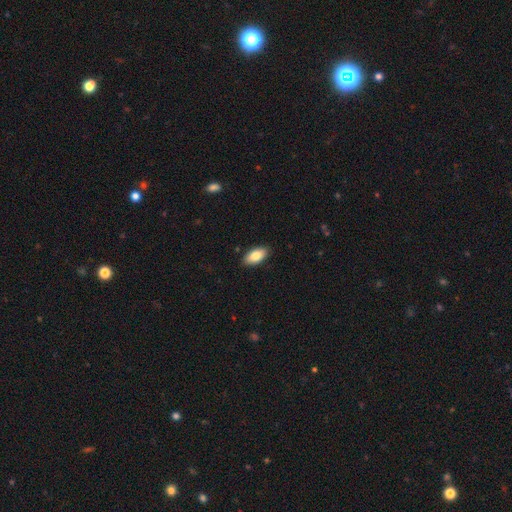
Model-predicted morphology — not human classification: Smooth or featured? smooth (84%)
How rounded? in between (92%)
Merging? none (89%)